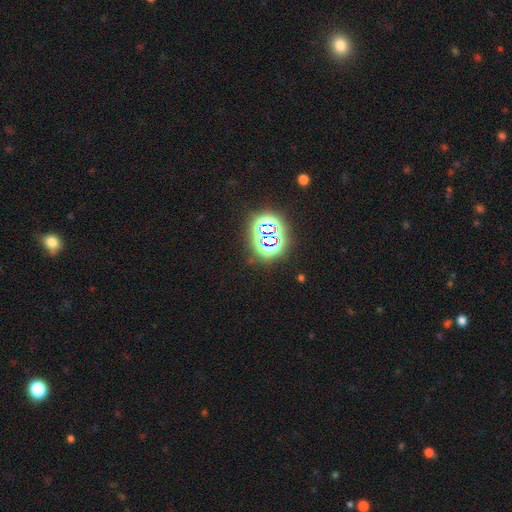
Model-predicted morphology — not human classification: Smooth or featured? star or artifact (76%)